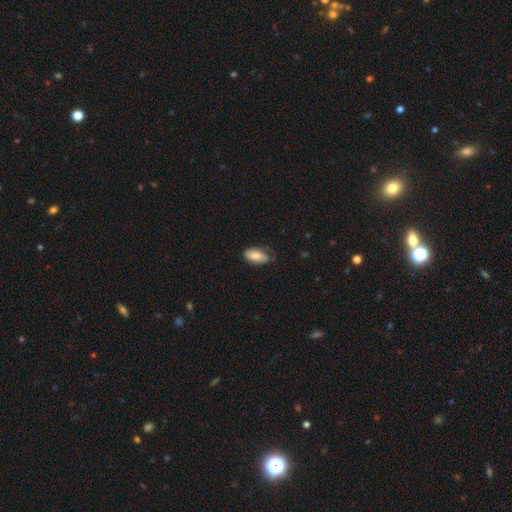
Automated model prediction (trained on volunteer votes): A smooth galaxy with no disk features (77%) that is in between round and cigar-shaped (92%).

Vote fractions:
- Smooth or featured? smooth: 77% / featured or disk: 16% / star or artifact: 6%
- How rounded? in between: 92% / cigar-shaped: 5% / round: 3%
- Merging? none: 60% / minor disturbance: 32% / major disturbance: 7% / merger: 1%